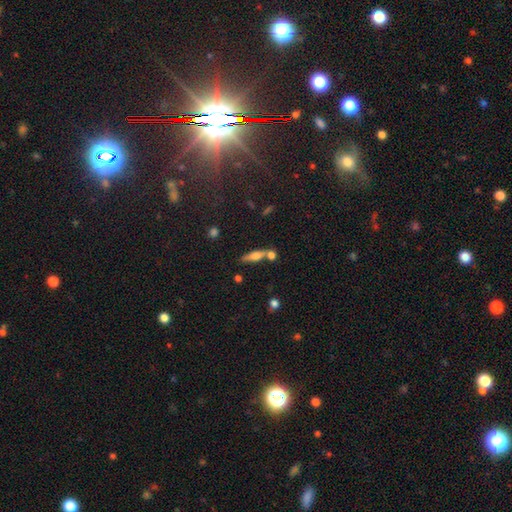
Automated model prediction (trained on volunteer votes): A smooth galaxy with no disk features (48%).

Vote fractions:
- Smooth or featured? smooth: 48% / featured or disk: 43% / star or artifact: 9%
- Merging? none: 63% / merger: 21% / minor disturbance: 11% / major disturbance: 4%